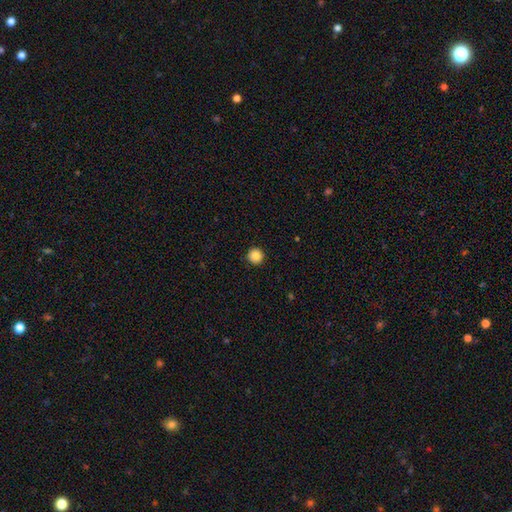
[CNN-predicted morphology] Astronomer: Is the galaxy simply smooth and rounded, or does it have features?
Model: smooth — 85%.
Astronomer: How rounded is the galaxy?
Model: round — 96%.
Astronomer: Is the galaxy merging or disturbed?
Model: none — 93%.